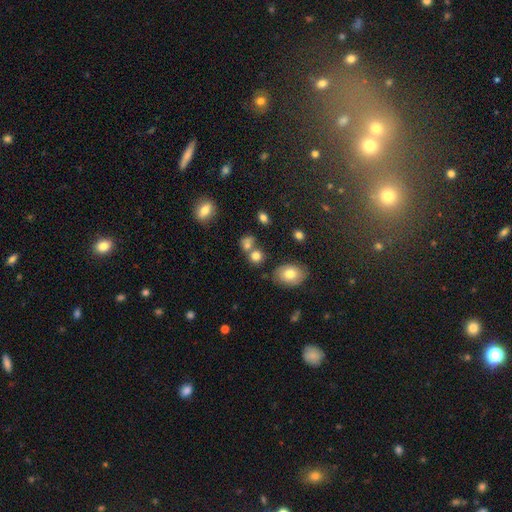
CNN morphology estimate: Smooth or featured? smooth (78%)
How rounded? round (73%)
Merging? none (55%)